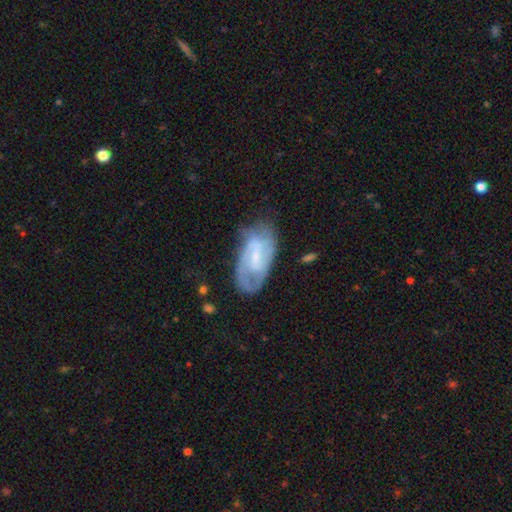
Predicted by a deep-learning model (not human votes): Smooth or featured?
  - featured or disk: 75% *
  - smooth: 19%
  - star or artifact: 6%
Edge-on disk?
  - no: 95% *
  - yes: 5%
Bar?
  - weak: 52% *
  - no: 27%
  - strong: 21%
Spiral arms?
  - yes: 88% *
  - no: 12%
Spiral winding?
  - medium: 43% *
  - tight: 42%
  - loose: 15%
Spiral arm count?
  - 2: 53% *
  - can't tell: 27%
  - 3: 9%
  - 1: 7%
  - 4: 2%
  - more than 4: 2%
Bulge size?
  - small: 62% *
  - moderate: 26%
  - none: 9%
  - large: 2%
  - dominant: 1%
Merging?
  - none: 59% *
  - minor disturbance: 26%
  - major disturbance: 12%
  - merger: 2%